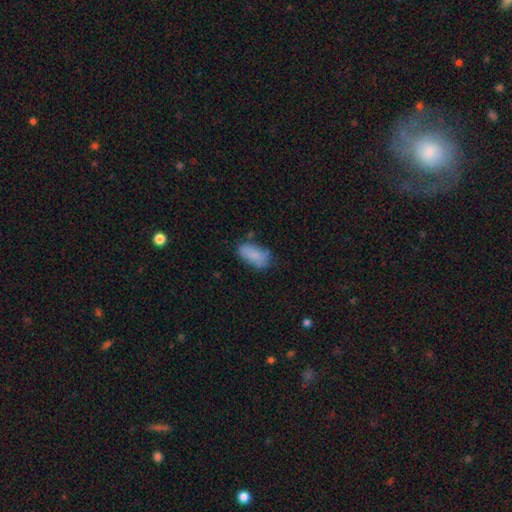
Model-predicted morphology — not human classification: A smooth galaxy with no disk features (82%) that is in between round and cigar-shaped (92%).

Vote fractions:
- Smooth or featured? smooth: 82% / featured or disk: 10% / star or artifact: 8%
- How rounded? in between: 92% / cigar-shaped: 4% / round: 3%
- Merging? none: 55% / minor disturbance: 30% / major disturbance: 11% / merger: 4%